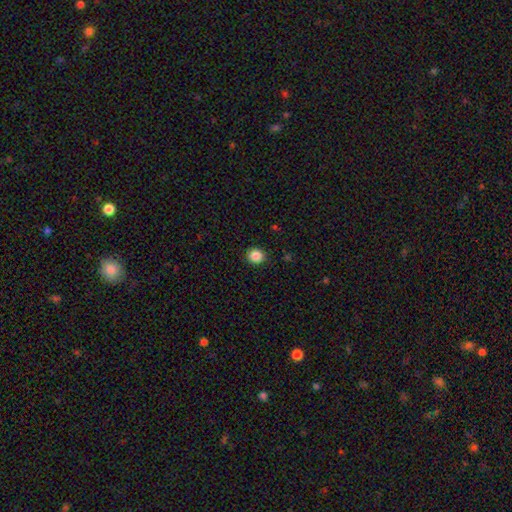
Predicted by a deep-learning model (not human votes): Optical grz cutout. It shows a smooth galaxy with no disk features (86%) that is round (86%). Merging: none (90%).